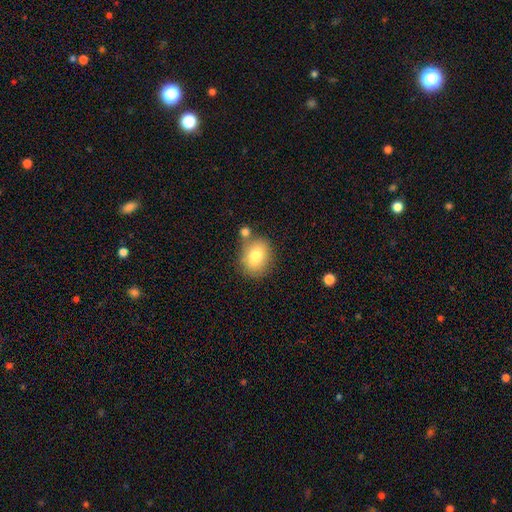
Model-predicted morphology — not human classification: Smooth or featured: smooth — 77% (featured or disk — 14%)
How rounded: round — 52% (in between — 47%)
Merging: none — 68% (minor disturbance — 14%)